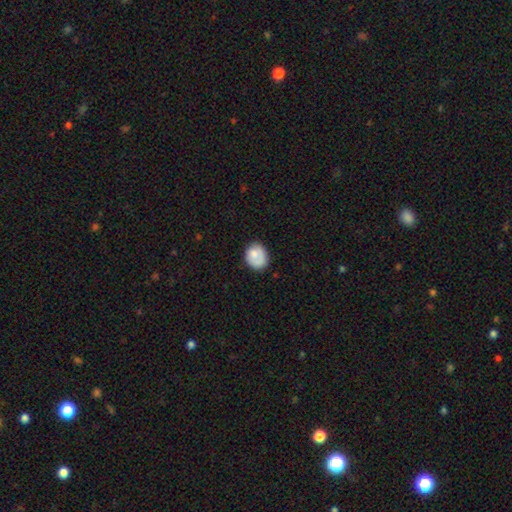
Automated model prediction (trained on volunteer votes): Morphology: type=smooth (77%); roundness=round (61%); merging=none (69%).